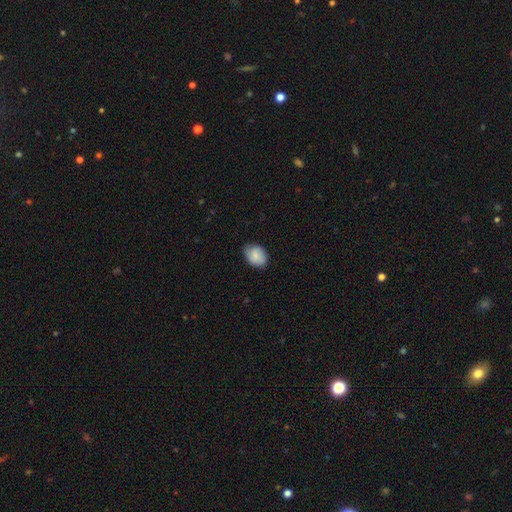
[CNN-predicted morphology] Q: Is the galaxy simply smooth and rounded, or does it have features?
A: smooth — 83%.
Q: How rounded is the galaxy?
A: in between — 73%.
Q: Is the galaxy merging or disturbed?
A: none — 75%.